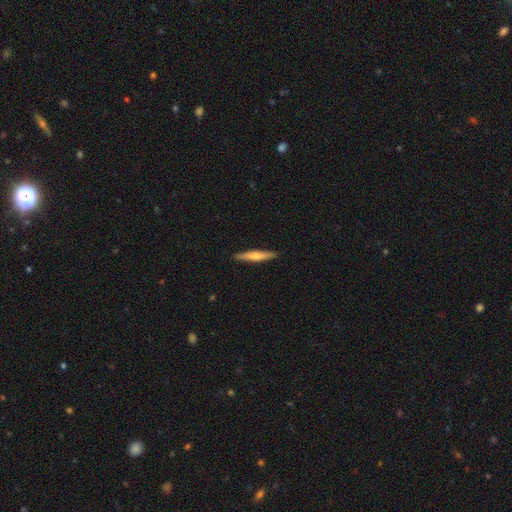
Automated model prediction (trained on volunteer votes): This is possibly a smooth galaxy (52%). How rounded: clearly cigar-shaped (93%). Merging: clearly none (91%).